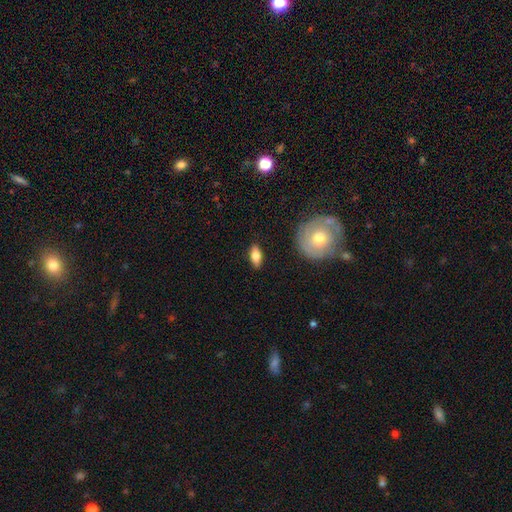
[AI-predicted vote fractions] Smooth or featured: smooth — 70% (featured or disk — 24%)
How rounded: in between — 79% (cigar-shaped — 17%)
Merging: none — 88% (minor disturbance — 9%)